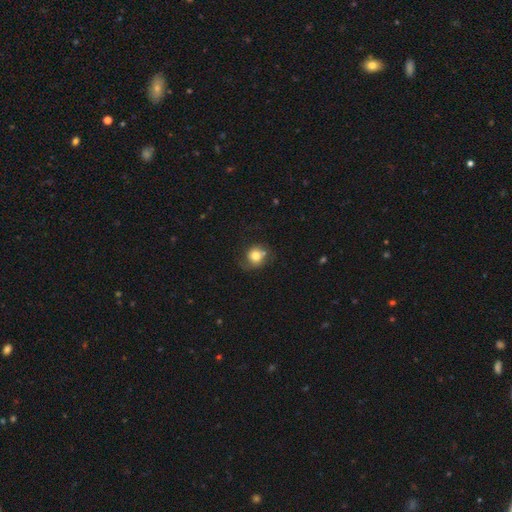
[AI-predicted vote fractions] Smooth or featured?
  - smooth: 74% *
  - featured or disk: 16%
  - star or artifact: 10%
How rounded?
  - round: 77% *
  - in between: 22%
  - cigar-shaped: 1%
Merging?
  - none: 57% *
  - minor disturbance: 25%
  - major disturbance: 11%
  - merger: 8%